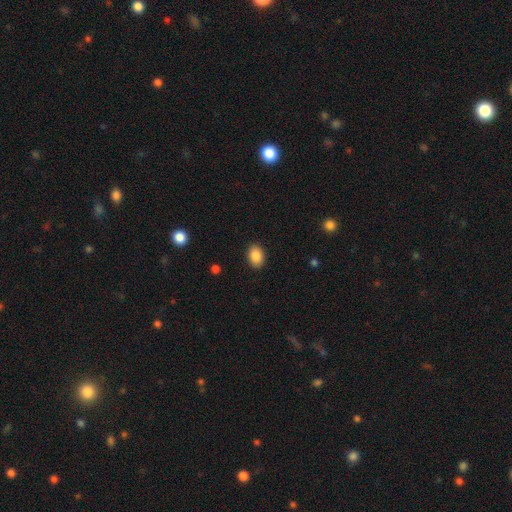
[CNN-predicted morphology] Smooth or featured? smooth (87%)
How rounded? in between (78%)
Merging? none (89%)